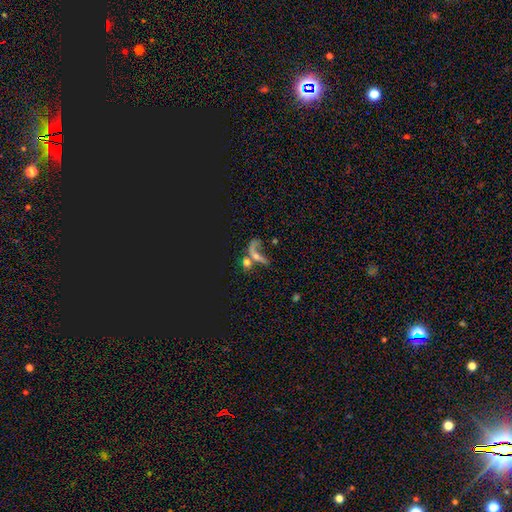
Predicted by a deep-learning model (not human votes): Smooth or featured: featured or disk — 39% (smooth — 32%)
Merging: merger — 42% (none — 27%)